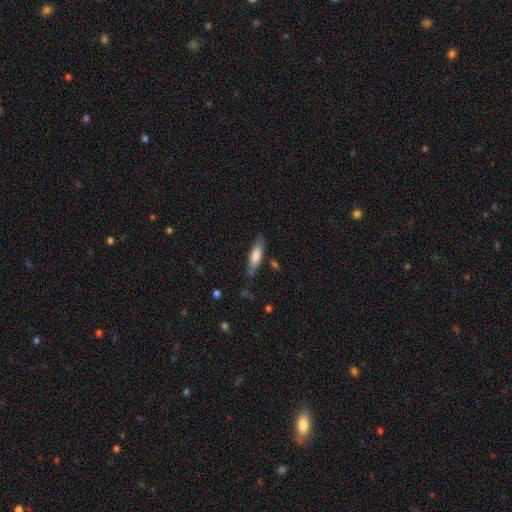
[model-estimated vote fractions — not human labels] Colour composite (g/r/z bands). It shows a smooth galaxy with no disk features (68%) that is cigar-shaped (65%). Merging: none (78%).